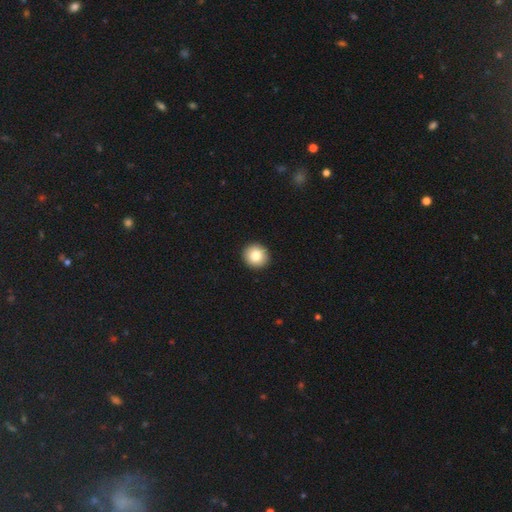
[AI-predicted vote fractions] smooth-or-featured: smooth: 83% | featured or disk: 9% | star or artifact: 8%
  how-rounded: round: 92% | in between: 7% | cigar-shaped: 1%
  merging: none: 93% | minor disturbance: 4% | major disturbance: 1% | merger: 1%